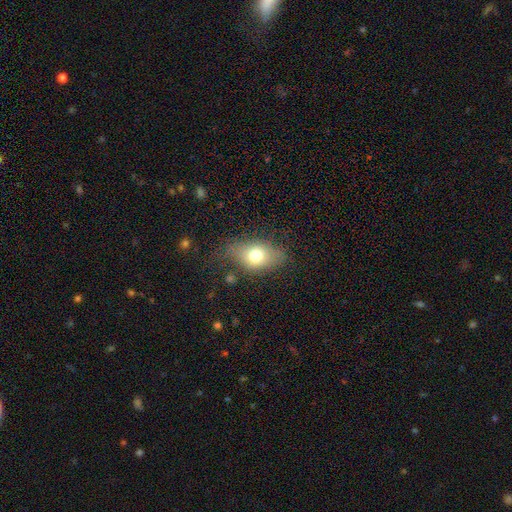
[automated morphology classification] This is likely a smooth galaxy (71%). How rounded: likely in between (75%). Merging: likely none (61%).